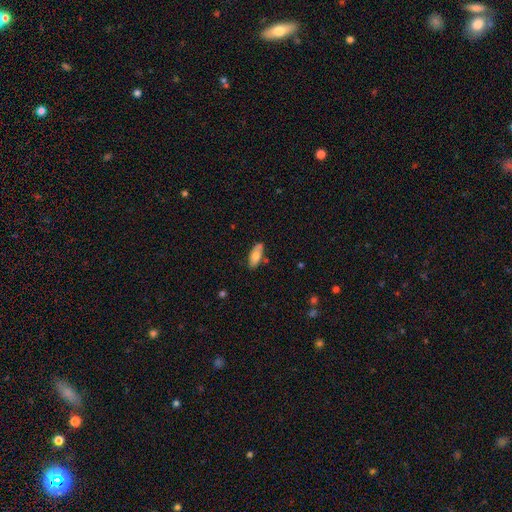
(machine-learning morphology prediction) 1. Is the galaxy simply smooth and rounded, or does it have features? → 73% smooth, 20% featured or disk, 7% star or artifact.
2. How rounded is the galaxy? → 81% in between, 17% cigar-shaped, 2% round.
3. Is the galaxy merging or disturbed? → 73% none, 17% minor disturbance, 6% merger, 3% major disturbance.